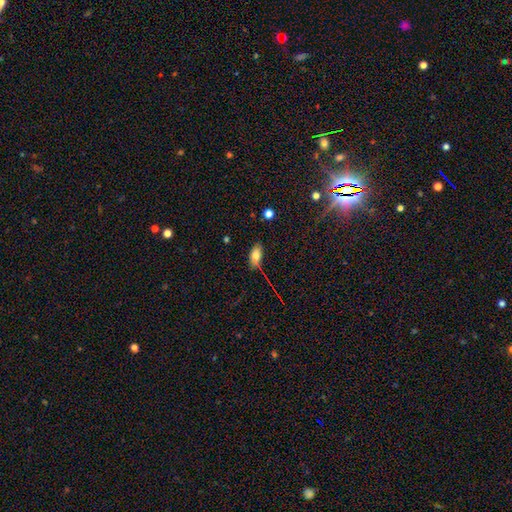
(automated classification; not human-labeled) Smooth or featured? Predicted: smooth (p=0.76). How rounded? Predicted: in between (p=0.89). Merging? Predicted: none (p=0.60).